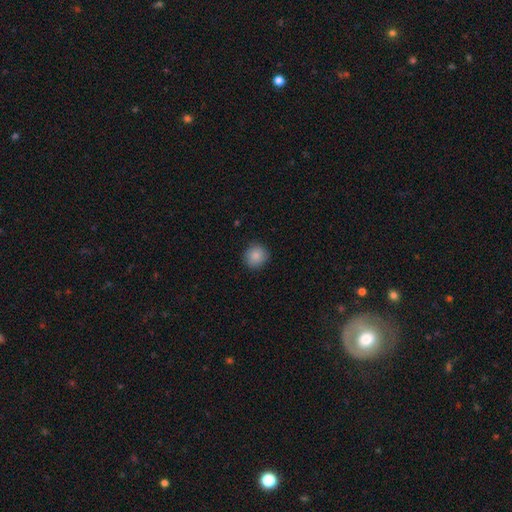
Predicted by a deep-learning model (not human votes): The model was most divided on "smooth or featured": smooth: 87%, star or artifact: 9%, featured or disk: 5%. More confident: how rounded — round (90%); merging — none (88%).